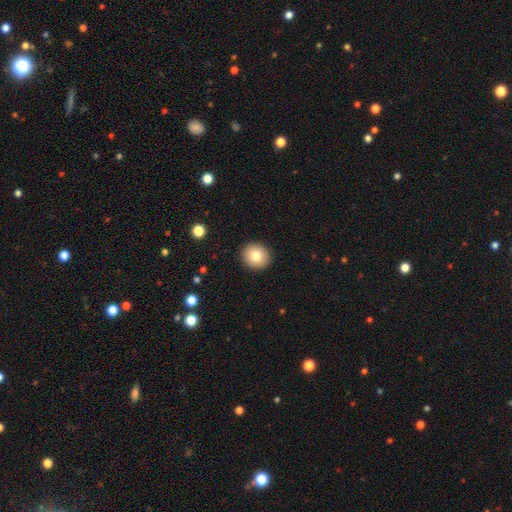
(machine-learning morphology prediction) Smooth or featured? smooth (80%)
How rounded? round (86%)
Merging? none (92%)